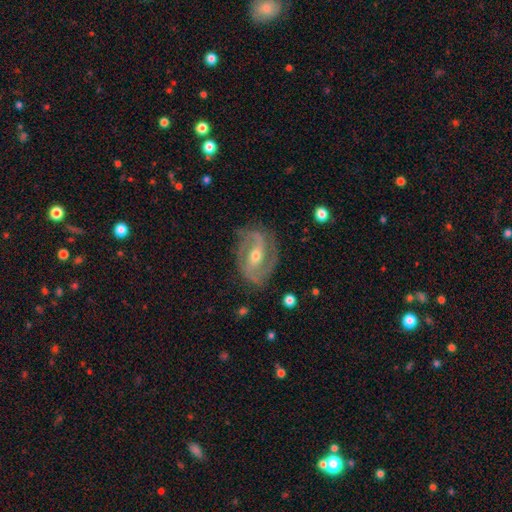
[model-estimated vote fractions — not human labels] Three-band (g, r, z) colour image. It shows a featured or disk galaxy (89%) with a weak bar (41%), 2 (79%) medium (52%) spiral arms (96%) and a moderate central bulge (60%). Merging: none (77%).